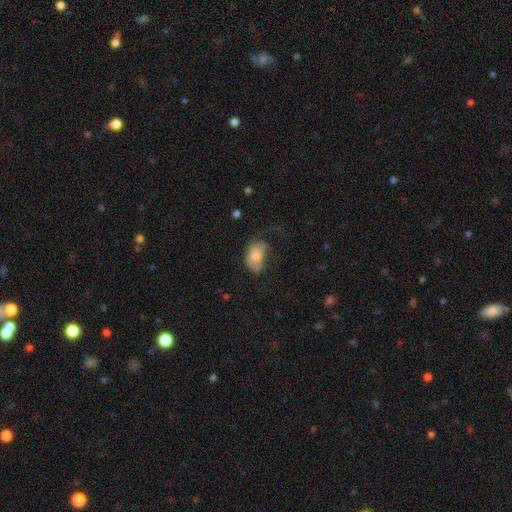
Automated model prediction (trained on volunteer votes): The model was most divided on "merging": major disturbance: 33%, none: 32%, minor disturbance: 31%, merger: 4%. More confident: how rounded — in between (86%); smooth or featured — smooth (73%).